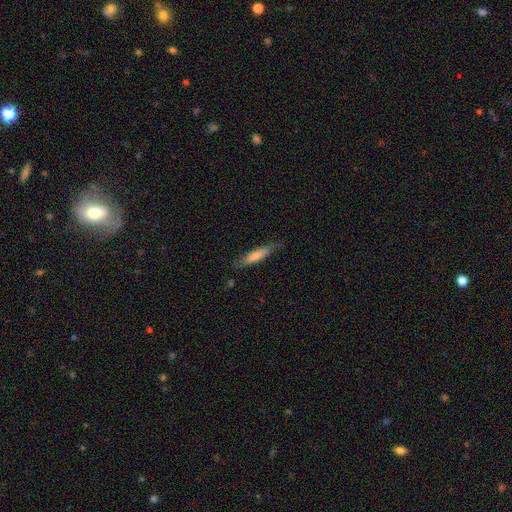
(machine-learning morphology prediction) The model was most divided on "smooth or featured": smooth: 68%, featured or disk: 27%, star or artifact: 6%. More confident: how rounded — cigar-shaped (82%); merging — none (76%).